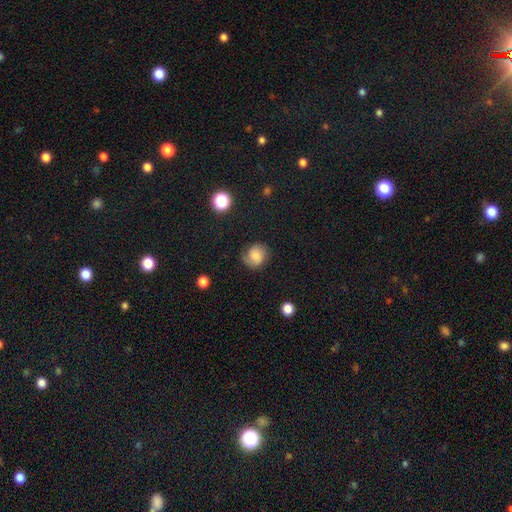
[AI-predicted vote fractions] This is likely a smooth galaxy (65%). How rounded: likely round (74%). Merging: likely none (69%).